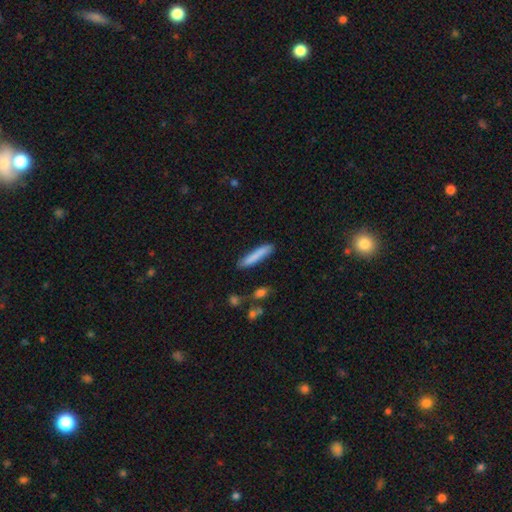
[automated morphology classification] Overall: smooth (81%). How rounded: cigar-shaped (91%). Merging: none (85%).